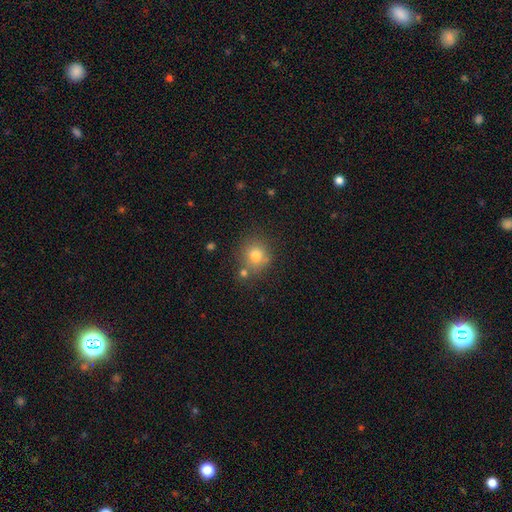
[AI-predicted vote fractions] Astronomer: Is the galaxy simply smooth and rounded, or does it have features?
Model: smooth — 77%.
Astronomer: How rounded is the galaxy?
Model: round — 86%.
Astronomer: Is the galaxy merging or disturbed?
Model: none — 69%.